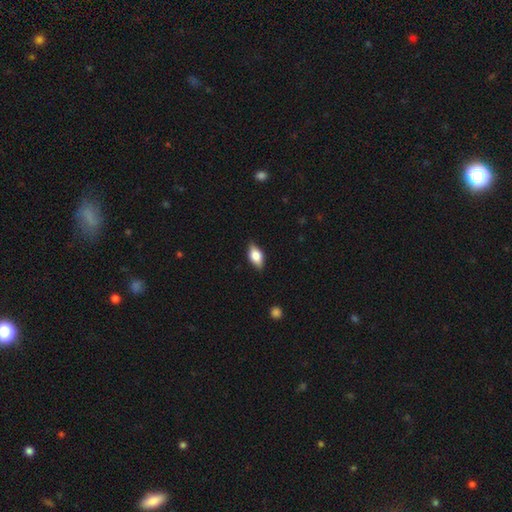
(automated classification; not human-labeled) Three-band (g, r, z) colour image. It shows a smooth galaxy with no disk features (64%) that is in between round and cigar-shaped (85%). Merging: none (83%).